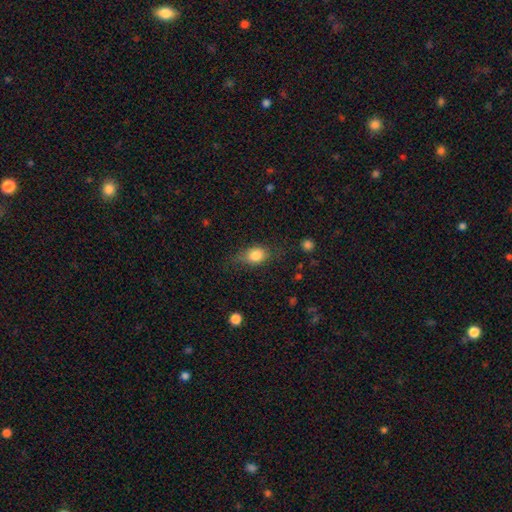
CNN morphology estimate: A smooth galaxy with no disk features (80%) that is in between round and cigar-shaped (66%).

Vote fractions:
- Smooth or featured? smooth: 80% / featured or disk: 11% / star or artifact: 9%
- How rounded? in between: 66% / round: 30% / cigar-shaped: 3%
- Merging? none: 62% / minor disturbance: 26% / major disturbance: 10% / merger: 2%